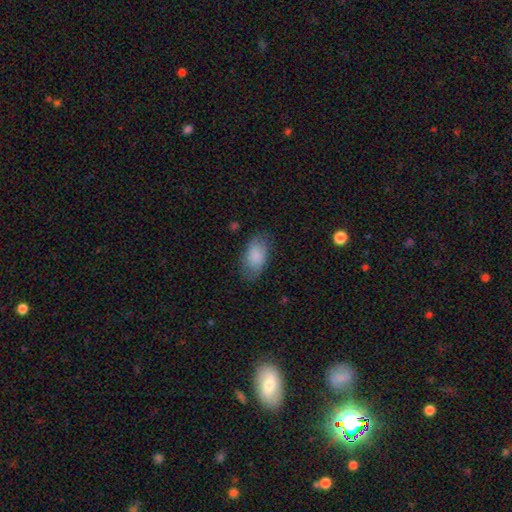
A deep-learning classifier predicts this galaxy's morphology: Smooth or featured? Predicted: smooth (p=0.80). How rounded? Predicted: in between (p=0.92). Merging? Predicted: none (p=0.72).